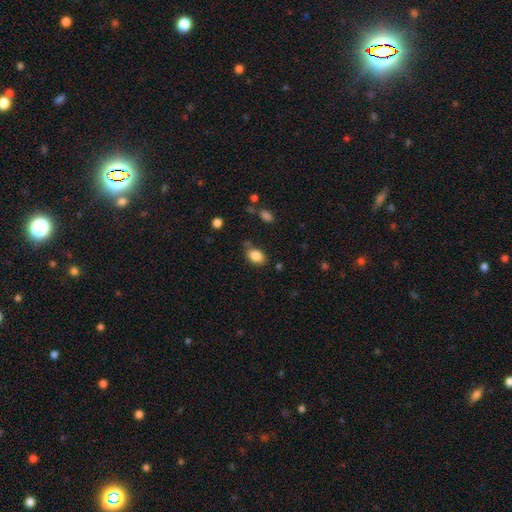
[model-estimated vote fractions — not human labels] smooth_or_featured: smooth (p=0.86) [alt: star or artifact p=0.09]
how_rounded: in between (p=0.85) [alt: round p=0.13]
merging: none (p=0.70) [alt: minor disturbance p=0.20]